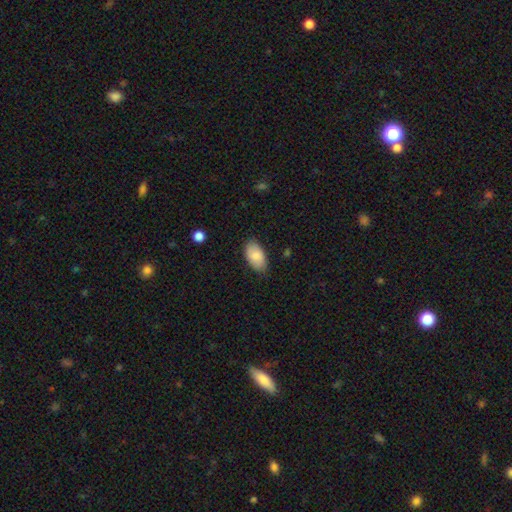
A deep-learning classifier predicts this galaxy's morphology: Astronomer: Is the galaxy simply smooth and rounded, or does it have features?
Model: smooth — 86%.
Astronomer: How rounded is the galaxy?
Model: in between — 95%.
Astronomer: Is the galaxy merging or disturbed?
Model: none — 81%.